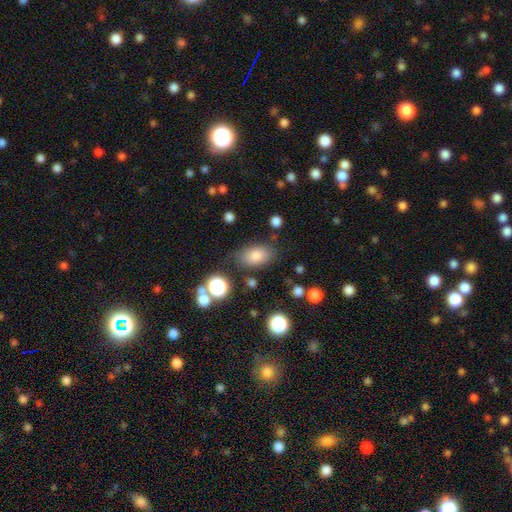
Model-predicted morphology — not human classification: Q: Smooth or featured?
A: smooth (78%); runner-up: star or artifact (11%)
Q: How rounded?
A: in between (87%); runner-up: round (10%)
Q: Merging?
A: none (76%); runner-up: minor disturbance (15%)